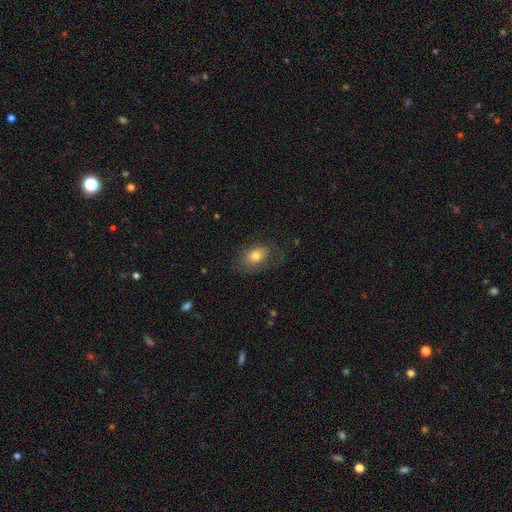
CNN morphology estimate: A smooth galaxy with no disk features (74%) that is in between round and cigar-shaped (82%). Merging: none (64%).